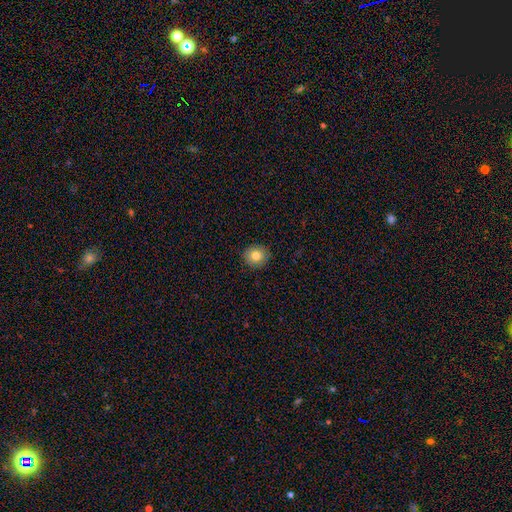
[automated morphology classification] A smooth galaxy with no disk features (81%) that is round (81%). Merging: none (89%).